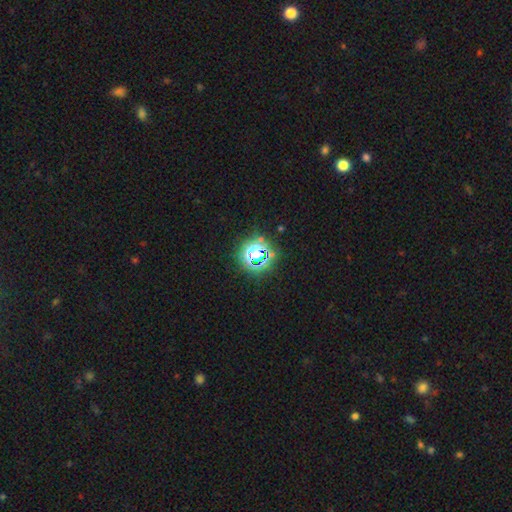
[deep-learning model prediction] smooth_or_featured: star or artifact (p=0.68) [alt: smooth p=0.22]